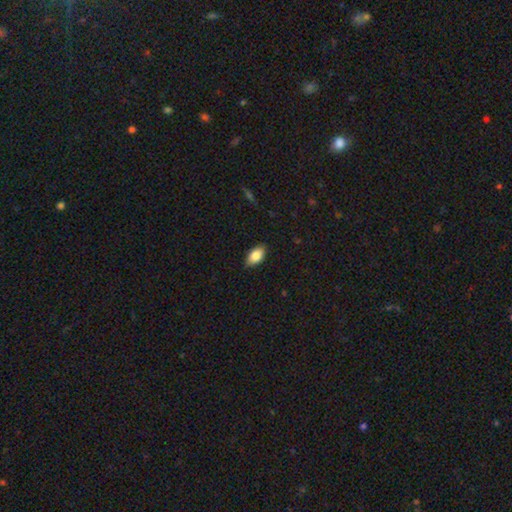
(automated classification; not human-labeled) Smooth or featured: smooth — 84% (featured or disk — 9%)
How rounded: in between — 93% (round — 5%)
Merging: none — 83% (minor disturbance — 14%)